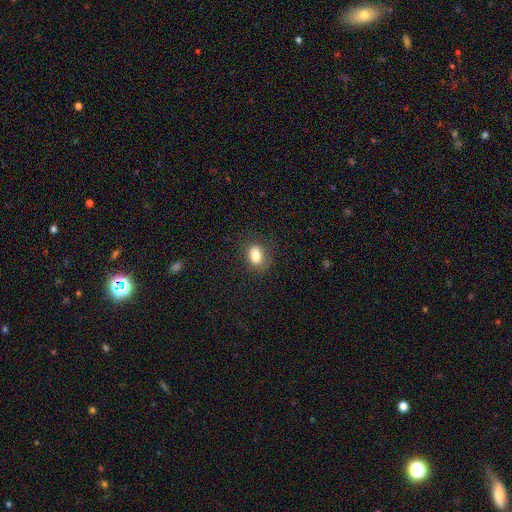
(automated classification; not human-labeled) Smooth or featured: smooth — 82% (star or artifact — 10%)
How rounded: in between — 70% (round — 29%)
Merging: none — 78% (minor disturbance — 15%)